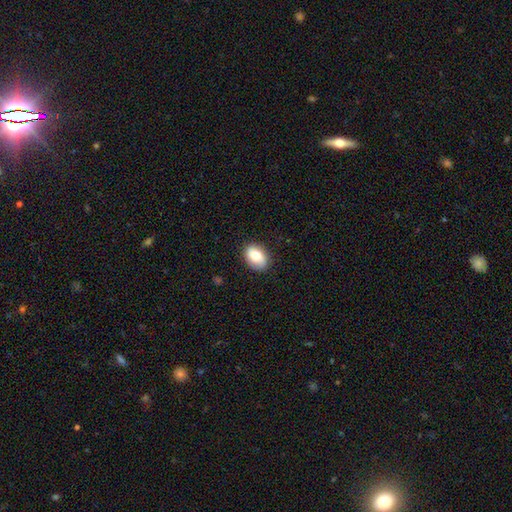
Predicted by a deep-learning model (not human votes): Smooth or featured: smooth — 80% (featured or disk — 13%)
How rounded: in between — 82% (round — 17%)
Merging: none — 83% (minor disturbance — 13%)